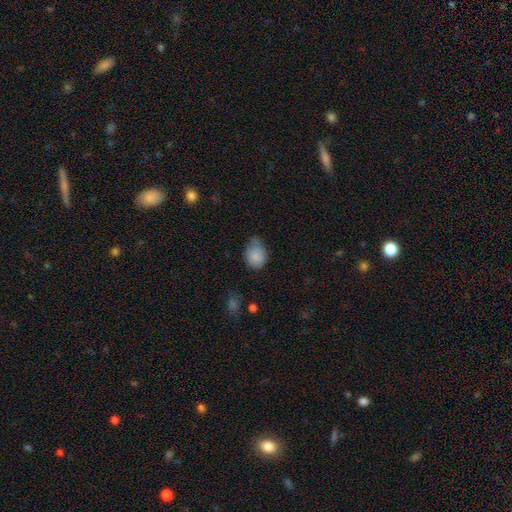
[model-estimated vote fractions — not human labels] The model was most divided on "how rounded": in between: 52%, round: 48%, cigar-shaped: 1%. Remaining: smooth or featured — smooth (85%); merging — none (47%).